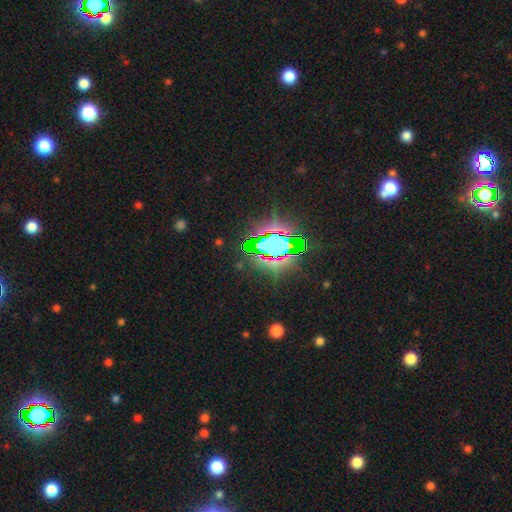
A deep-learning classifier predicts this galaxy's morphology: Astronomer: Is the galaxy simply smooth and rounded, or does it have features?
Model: star or artifact — 83%.